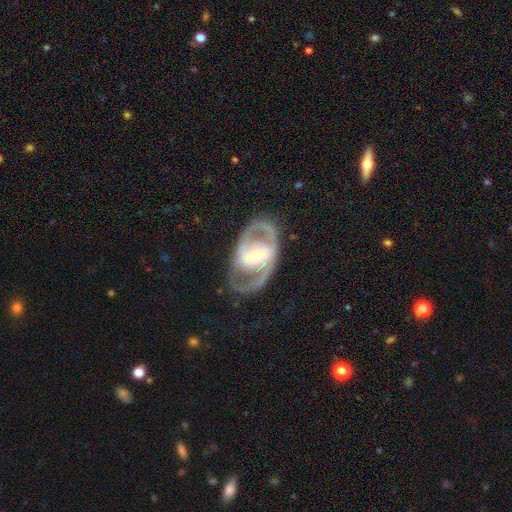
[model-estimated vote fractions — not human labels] Smooth or featured? Predicted: featured or disk (p=0.84). Edge-on disk? Predicted: no (p=0.94). Bar? Predicted: weak (p=0.36). Spiral arms? Predicted: yes (p=0.75). Spiral winding? Predicted: medium (p=0.50). Spiral arm count? Predicted: 2 (p=0.83). Bulge size? Predicted: moderate (p=0.56). Merging? Predicted: none (p=0.78).